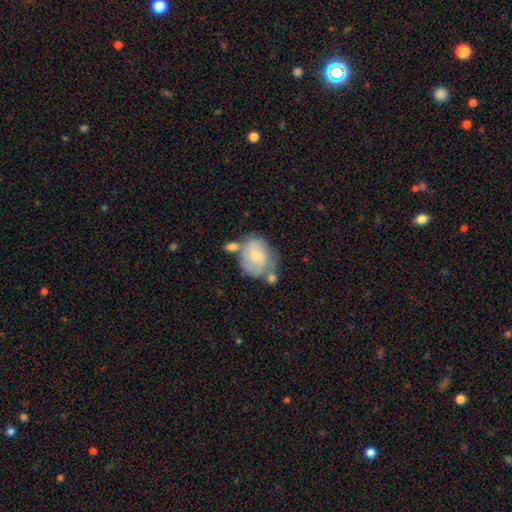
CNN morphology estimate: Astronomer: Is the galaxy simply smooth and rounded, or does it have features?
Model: smooth — 52% (runner-up: featured or disk, 42%).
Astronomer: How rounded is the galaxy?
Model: in between — 52% (runner-up: round, 47%).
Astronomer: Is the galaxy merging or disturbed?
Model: none — 39% (runner-up: merger, 25%).